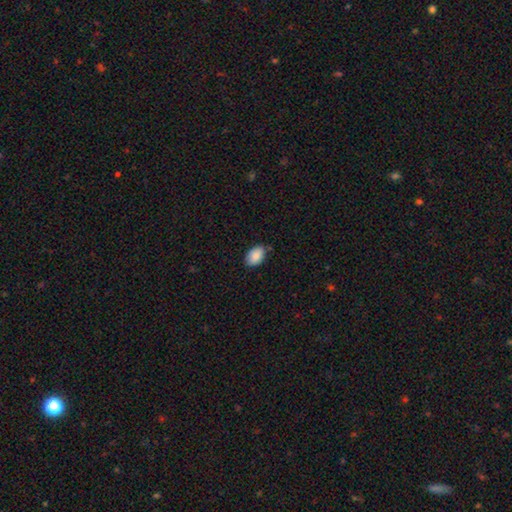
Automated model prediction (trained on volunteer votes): smooth-or-featured: smooth: 88% | star or artifact: 7% | featured or disk: 5%
  how-rounded: in between: 90% | round: 9% | cigar-shaped: 1%
  merging: none: 79% | minor disturbance: 17% | major disturbance: 2% | merger: 2%